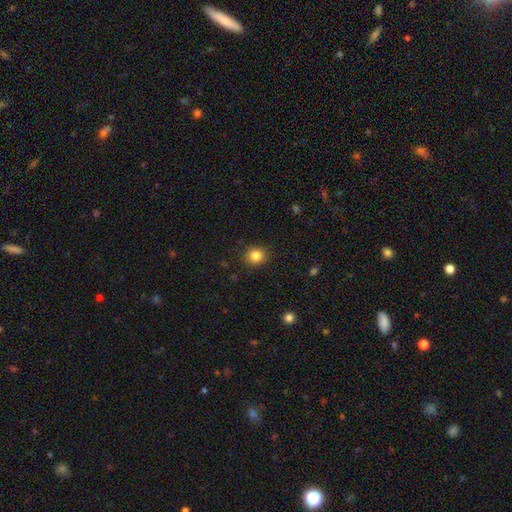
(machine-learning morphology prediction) This appears to be a smooth galaxy with no disk features (84%) that is round (83%). Merging: none (90%).